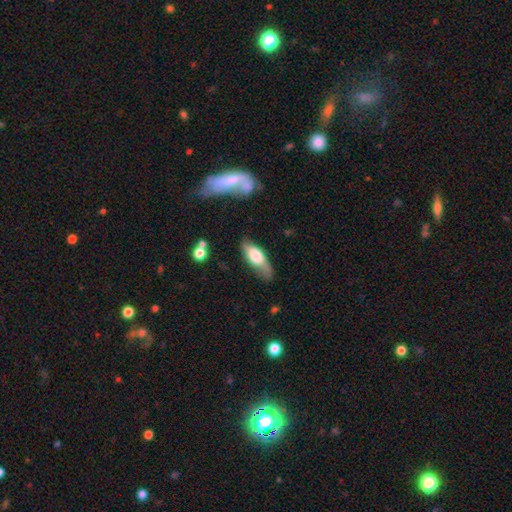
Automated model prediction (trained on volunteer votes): smooth_or_featured: smooth (p=0.60) [alt: featured or disk p=0.34]
how_rounded: in between (p=0.73) [alt: cigar-shaped p=0.24]
merging: none (p=0.59) [alt: minor disturbance p=0.28]